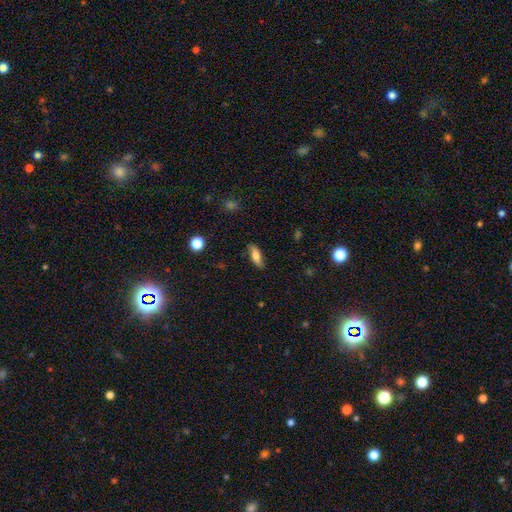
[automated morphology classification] smooth_or_featured: smooth (p=0.72) [alt: featured or disk p=0.20]
how_rounded: in between (p=0.70) [alt: cigar-shaped p=0.26]
merging: none (p=0.80) [alt: minor disturbance p=0.16]